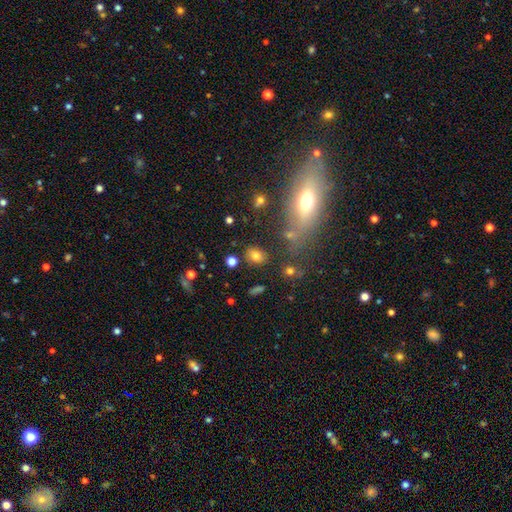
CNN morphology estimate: A smooth galaxy with no disk features (75%) that is in between round and cigar-shaped (61%). Merging: none (81%).